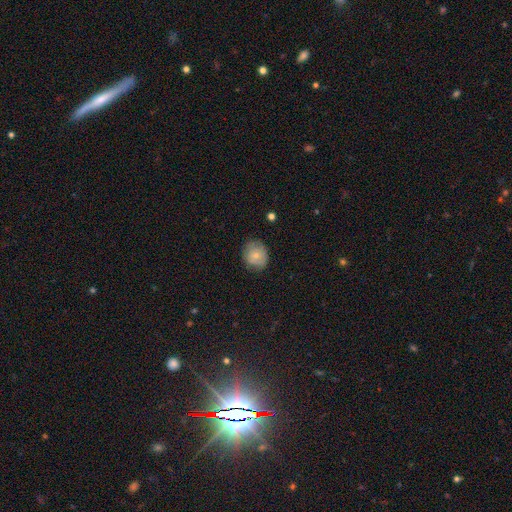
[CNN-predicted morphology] smooth_or_featured: smooth (p=0.73) [alt: featured or disk p=0.19]
how_rounded: round (p=0.74) [alt: in between p=0.25]
merging: none (p=0.73) [alt: minor disturbance p=0.21]